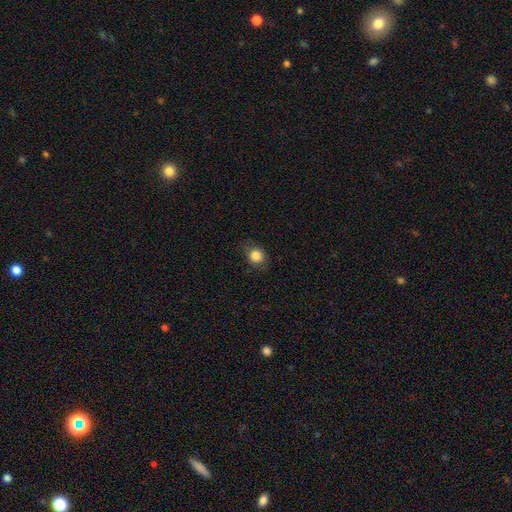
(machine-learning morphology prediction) Overall: smooth (84%). How rounded: round (68%; in between 31%). Merging: none (78%).